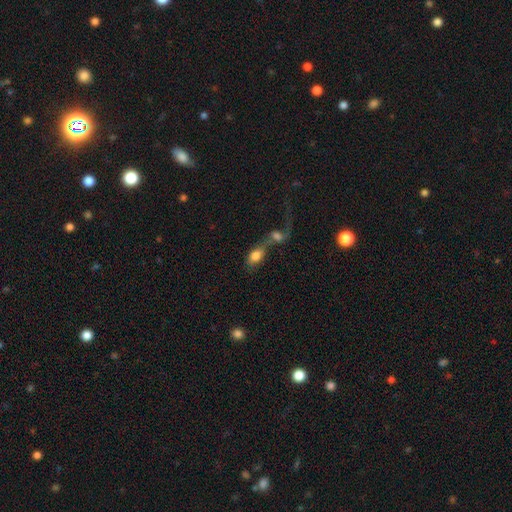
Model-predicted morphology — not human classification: Smooth or featured? smooth (71%)
How rounded? in between (83%)
Merging? merger (72%)